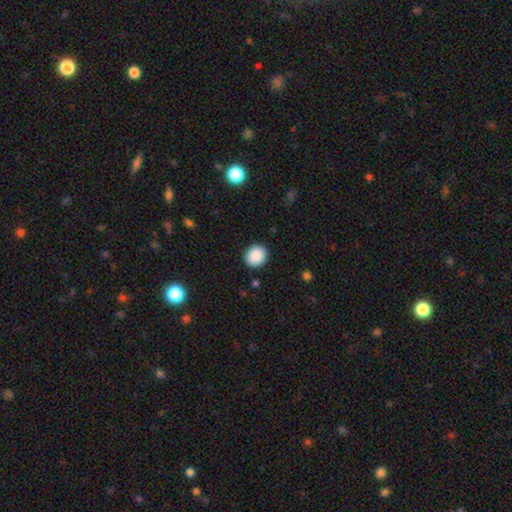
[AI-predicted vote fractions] Morphology: type=smooth (89%); roundness=round (81%); merging=none (90%).